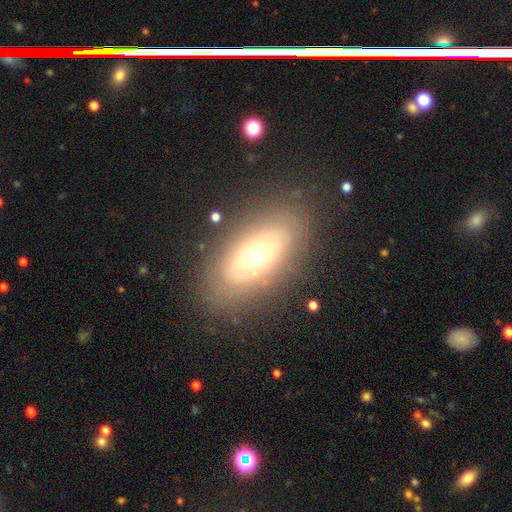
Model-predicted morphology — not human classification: The model was most divided on "smooth or featured": featured or disk: 49%, smooth: 43%, star or artifact: 8%. More confident: merging — none (81%).